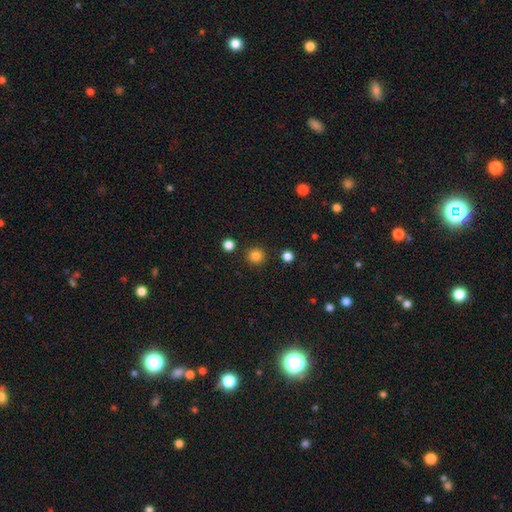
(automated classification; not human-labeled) Morphology: type=smooth (84%); roundness=round (95%); merging=none (90%).